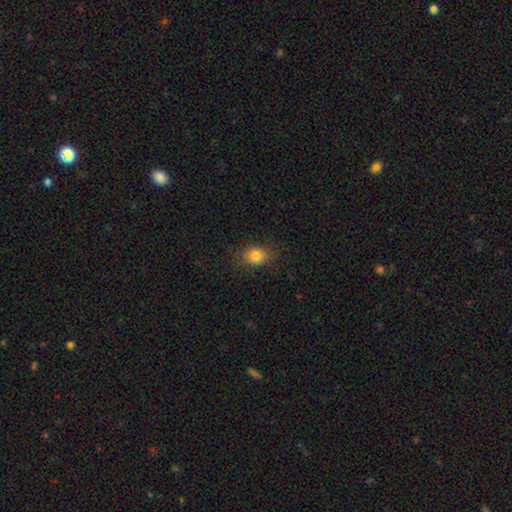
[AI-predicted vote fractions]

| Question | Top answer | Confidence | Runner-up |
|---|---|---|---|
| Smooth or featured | smooth | 82% | star or artifact (11%) |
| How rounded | round | 51% | in between (48%) |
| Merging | none | 82% | minor disturbance (13%) |